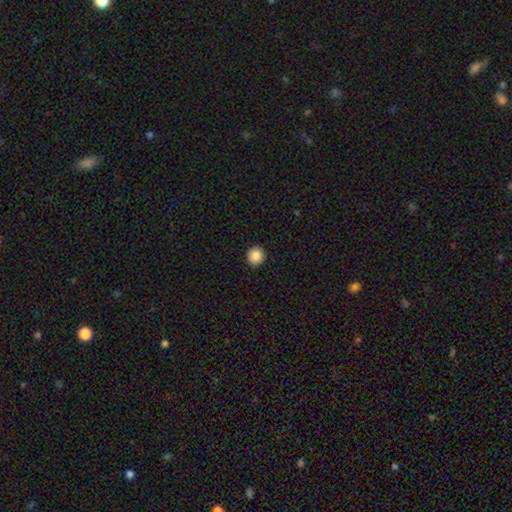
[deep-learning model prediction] smooth 86%, star or artifact 9%, featured or disk 5%. Down the decision tree: how rounded — round (94%); merging — none (93%).